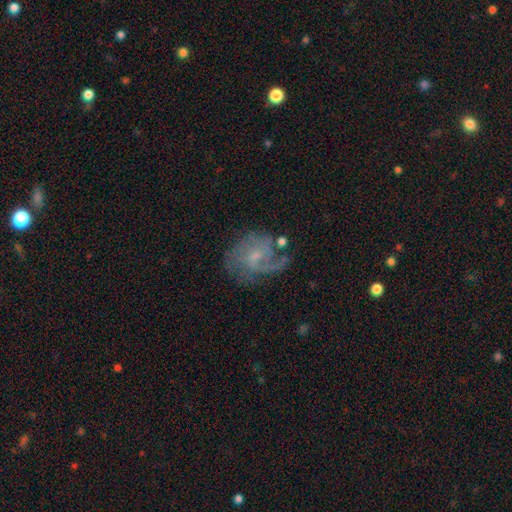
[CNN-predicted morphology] smooth-or-featured: featured or disk: 76% | smooth: 15% | star or artifact: 8%
  disk-edge-on: no: 98% | yes: 2%
    bar: no: 56% | weak: 39% | strong: 5%
    has-spiral-arms: yes: 88% | no: 12%
      spiral-winding: medium: 43% | tight: 30% | loose: 27%
      spiral-arm-count: 2: 27% | can't tell: 26% | 1: 24% | 3: 15% | 4: 5% | more than 4: 4%
    bulge-size: small: 63% | moderate: 24% | none: 11% | large: 2% | dominant: 1%
  merging: none: 50% | major disturbance: 23% | minor disturbance: 22% | merger: 5%